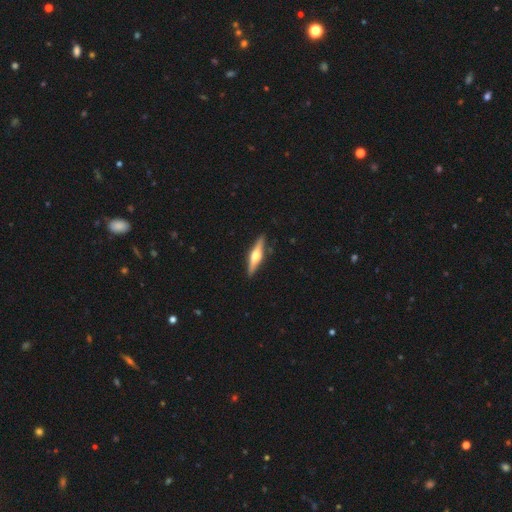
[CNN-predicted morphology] Smooth or featured?
  - featured or disk: 67% *
  - smooth: 28%
  - star or artifact: 5%
Edge-on disk?
  - yes: 97% *
  - no: 3%
Edge-on bulge?
  - rounded: 93% *
  - boxy: 4%
  - none: 2%
Merging?
  - none: 89% *
  - minor disturbance: 8%
  - major disturbance: 2%
  - merger: 1%